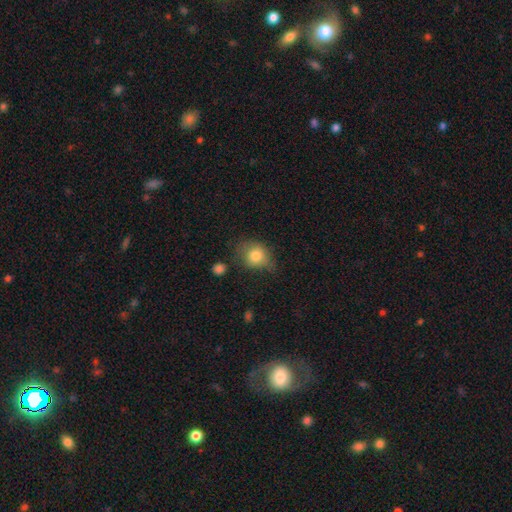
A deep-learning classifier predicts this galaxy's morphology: smooth 79%, featured or disk 11%, star or artifact 10%. Down the decision tree: how rounded — round (63%); merging — none (53%).